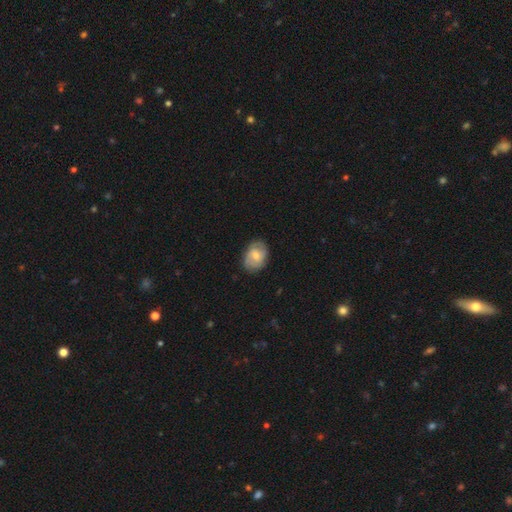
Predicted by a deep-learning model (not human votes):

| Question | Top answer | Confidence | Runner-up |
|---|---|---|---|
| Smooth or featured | featured or disk | 53% | smooth (40%) |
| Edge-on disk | no | 96% | yes (4%) |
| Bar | no | 55% | weak (38%) |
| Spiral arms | yes | 81% | no (19%) |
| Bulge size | moderate | 54% | small (40%) |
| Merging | none | 78% | minor disturbance (17%) |